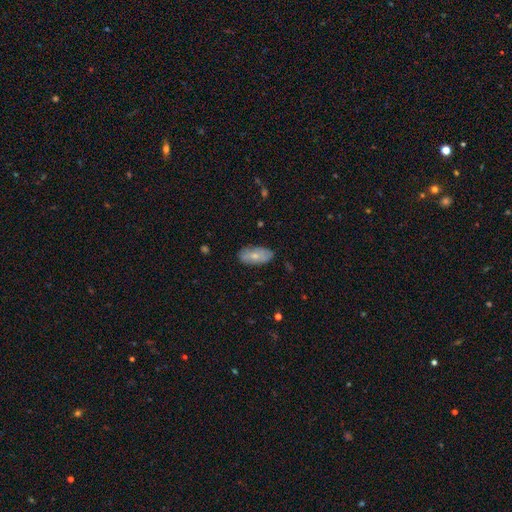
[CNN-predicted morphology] The model was most divided on "smooth or featured": smooth: 65%, featured or disk: 29%, star or artifact: 6%. More confident: how rounded — in between (92%); merging — none (81%).